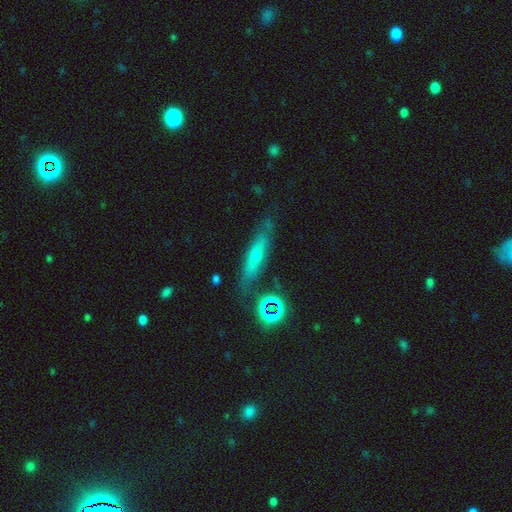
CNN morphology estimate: Overall: featured or disk (49%; smooth 38%). Merging: none (73%).